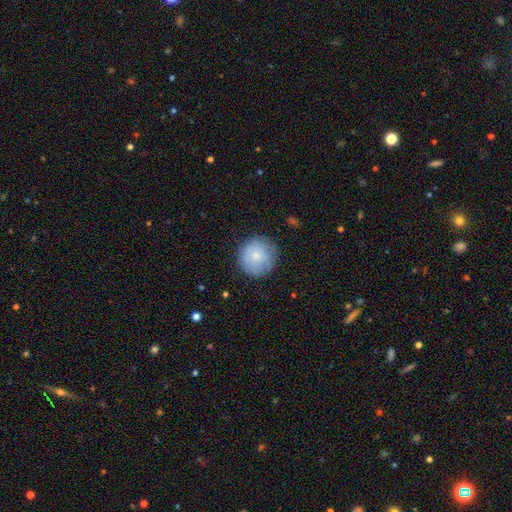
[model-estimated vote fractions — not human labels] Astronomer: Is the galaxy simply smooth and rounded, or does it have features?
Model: smooth — 72%.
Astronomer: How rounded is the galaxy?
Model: round — 94%.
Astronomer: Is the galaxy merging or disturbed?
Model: none — 80%.